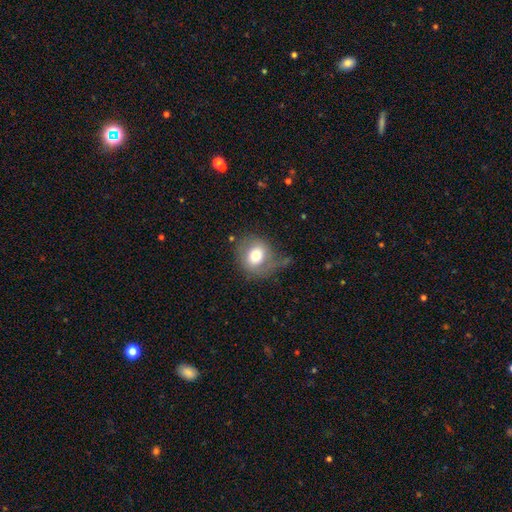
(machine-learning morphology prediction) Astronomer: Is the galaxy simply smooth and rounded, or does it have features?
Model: smooth — 68%.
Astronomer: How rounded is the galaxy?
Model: round — 77%.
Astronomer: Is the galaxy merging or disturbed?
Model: none — 52%.